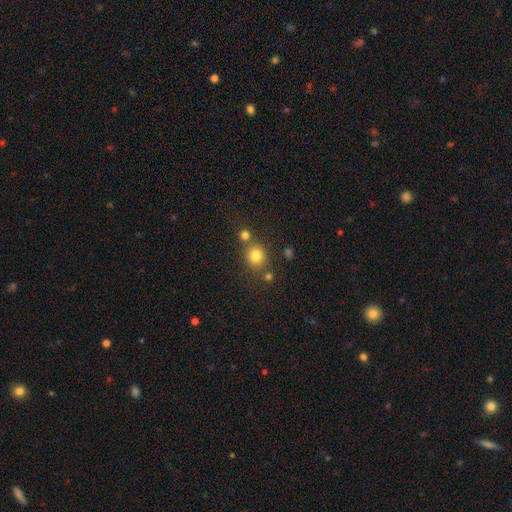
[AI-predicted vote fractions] A smooth galaxy with no disk features (81%) that is round (79%). Merging: none (69%).